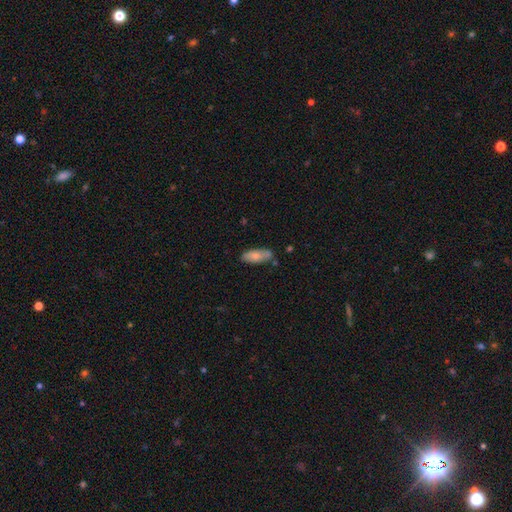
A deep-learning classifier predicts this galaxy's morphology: A smooth galaxy with no disk features (75%) that is in between round and cigar-shaped (75%).

Vote fractions:
- Smooth or featured? smooth: 75% / featured or disk: 19% / star or artifact: 6%
- How rounded? in between: 75% / cigar-shaped: 23% / round: 2%
- Merging? none: 68% / minor disturbance: 21% / merger: 7% / major disturbance: 4%